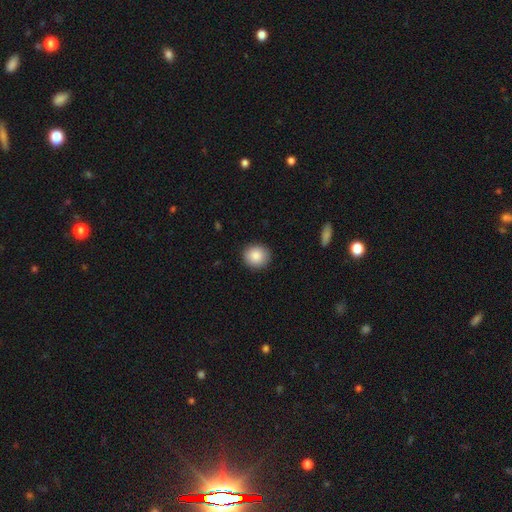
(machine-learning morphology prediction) Overall: smooth (87%). How rounded: round (86%). Merging: none (90%).